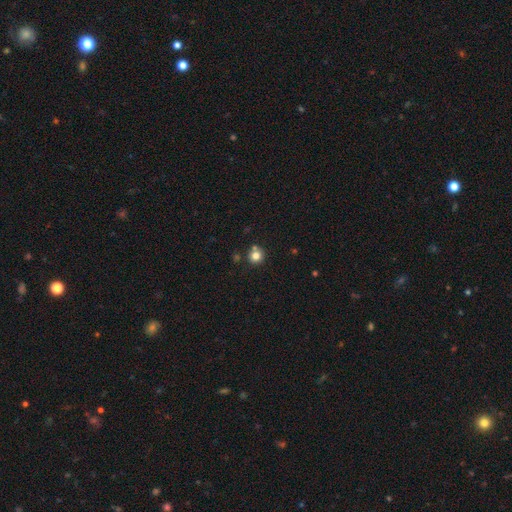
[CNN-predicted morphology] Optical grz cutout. It shows a smooth galaxy with no disk features (80%) that is round (93%). Merging: none (77%).